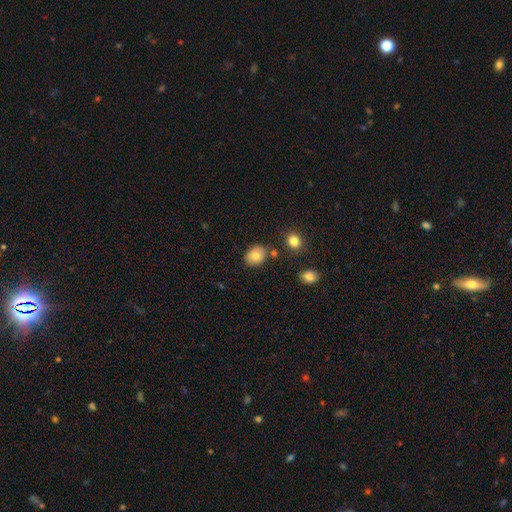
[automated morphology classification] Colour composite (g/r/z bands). It shows a smooth galaxy with no disk features (81%) that is in between round and cigar-shaped (60%). Merging: none (79%).